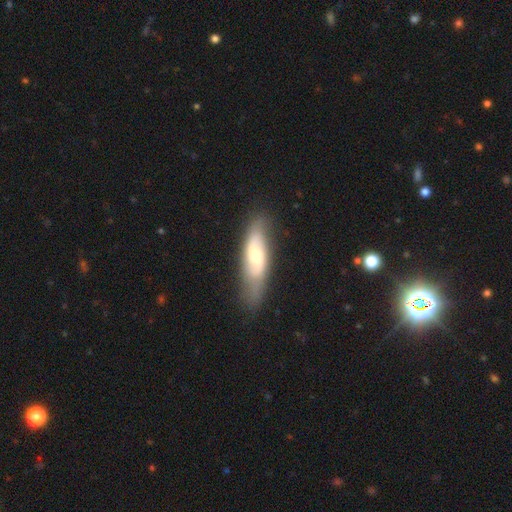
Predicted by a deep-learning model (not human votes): A featured or disk galaxy (50%).

Vote fractions:
- Smooth or featured? featured or disk: 50% / smooth: 44% / star or artifact: 6%
- Edge-on disk? no: 74% / yes: 26%
- Merging? none: 69% / minor disturbance: 22% / major disturbance: 7% / merger: 2%